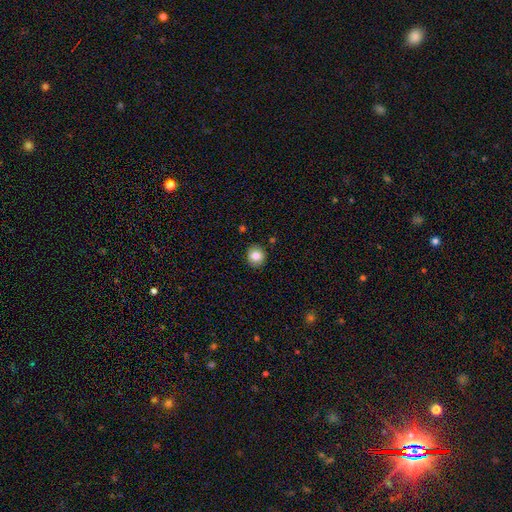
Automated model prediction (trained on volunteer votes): This appears to be a smooth galaxy with no disk features (82%) that is round (84%). Merging: none (90%).